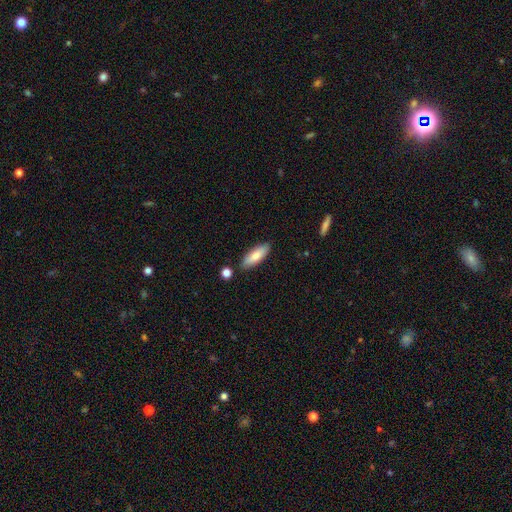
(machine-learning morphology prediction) smooth-or-featured: smooth: 78% | featured or disk: 16% | star or artifact: 6%
  how-rounded: in between: 59% | cigar-shaped: 39% | round: 2%
  merging: none: 85% | minor disturbance: 10% | merger: 3% | major disturbance: 2%